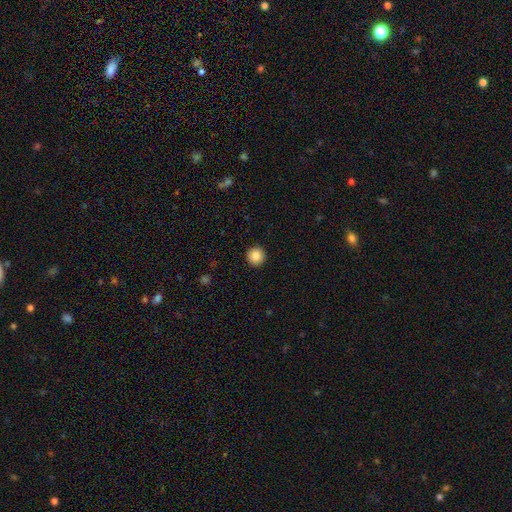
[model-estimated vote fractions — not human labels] The model was most divided on "smooth or featured": smooth: 85%, star or artifact: 9%, featured or disk: 6%. More confident: how rounded — round (96%); merging — none (93%).